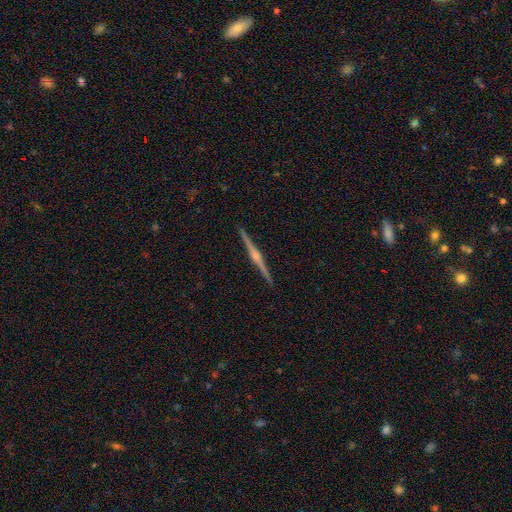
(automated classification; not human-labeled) This is clearly a featured or disk galaxy (85%). It is clearly viewed edge-on (99%). Edge-on bulge: clearly rounded (85%). Merging: clearly none (93%).